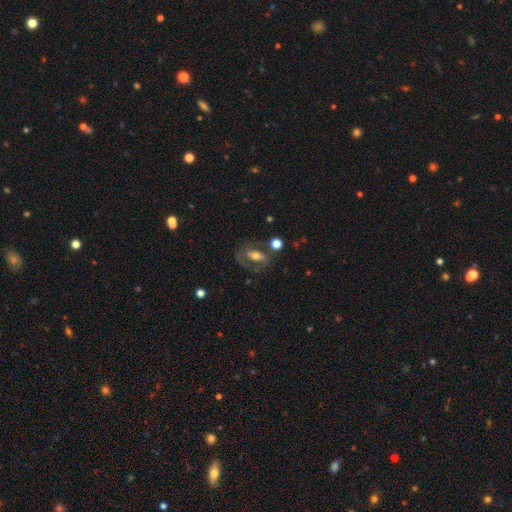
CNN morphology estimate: This appears to be a featured or disk galaxy (59%) with no bar (39%), no spiral arms (53%) and a moderate central bulge (64%). Merging: none (61%).